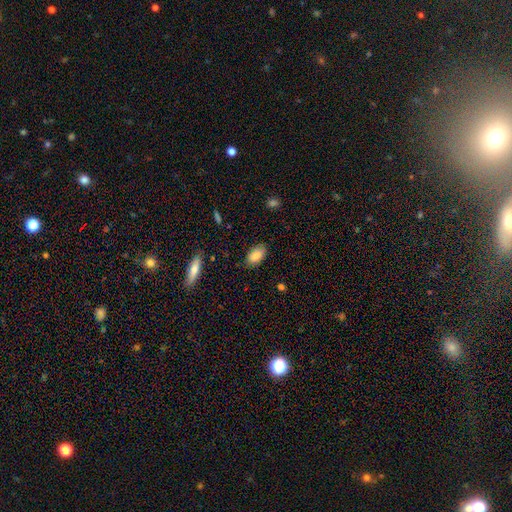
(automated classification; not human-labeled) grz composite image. It shows a smooth galaxy with no disk features (87%) that is in between round and cigar-shaped (93%). Merging: none (82%).